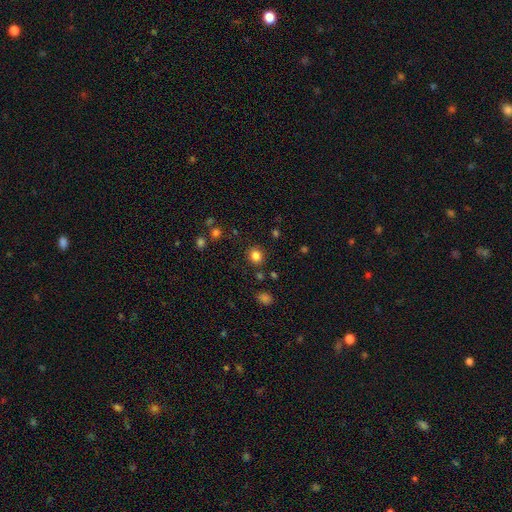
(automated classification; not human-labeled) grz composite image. It shows a smooth galaxy with no disk features (83%) that is round (75%). Merging: none (87%).